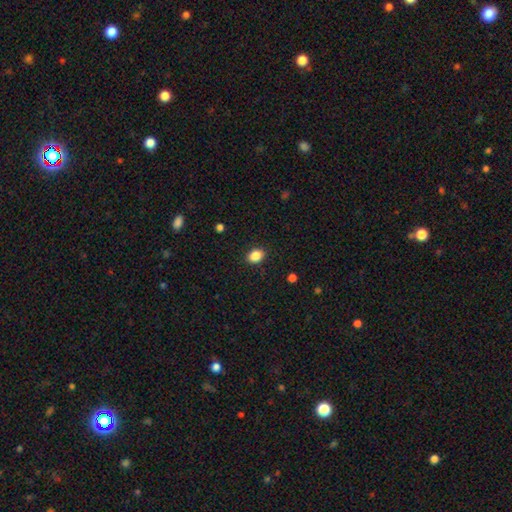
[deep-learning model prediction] A smooth galaxy with no disk features (87%) that is in between round and cigar-shaped (60%). Merging: none (90%).